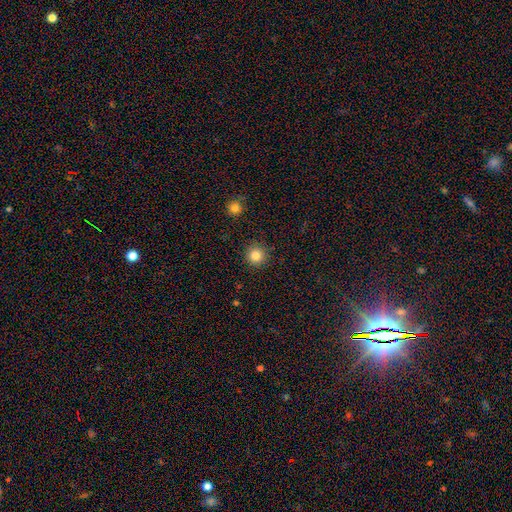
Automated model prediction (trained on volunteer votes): smooth_or_featured: smooth (p=0.84) [alt: star or artifact p=0.11]
how_rounded: round (p=0.95) [alt: in between p=0.04]
merging: none (p=0.91) [alt: minor disturbance p=0.06]